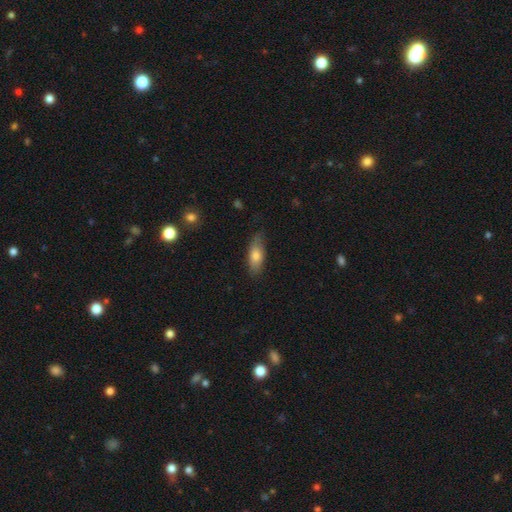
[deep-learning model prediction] Smooth or featured? Predicted: smooth (p=0.75). How rounded? Predicted: in between (p=0.74). Merging? Predicted: none (p=0.71).